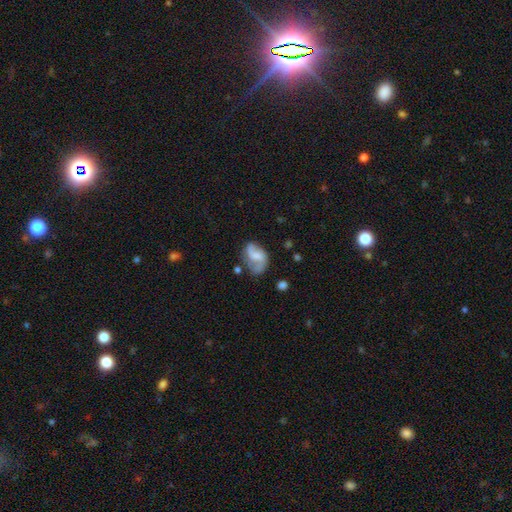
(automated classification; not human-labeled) Morphology: type=featured or disk (58%); edge-on=no (97%); bar=no (48%); spiral arms=yes (79%); bulge=none (34%); merging=none (43%).